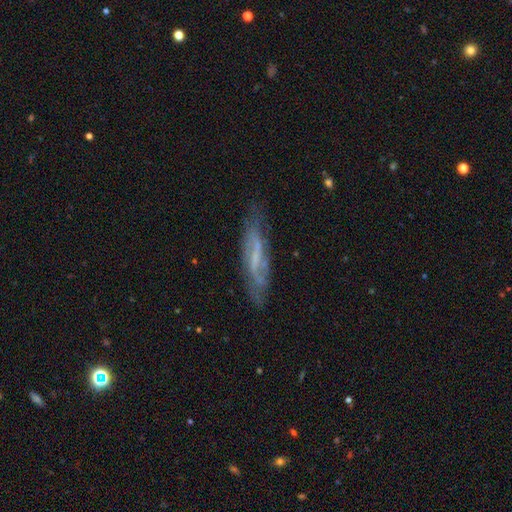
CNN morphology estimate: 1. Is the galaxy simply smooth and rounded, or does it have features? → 68% featured or disk, 24% smooth, 8% star or artifact.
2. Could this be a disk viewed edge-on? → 61% no, 39% yes.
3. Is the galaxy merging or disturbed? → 70% none, 20% minor disturbance, 8% major disturbance, 2% merger.